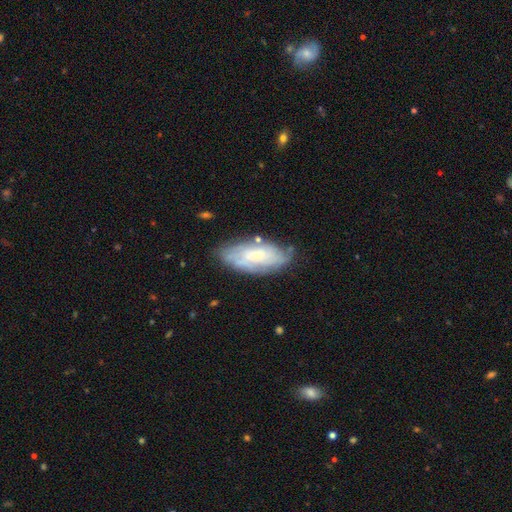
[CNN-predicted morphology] smooth-or-featured: featured or disk: 53% | smooth: 40% | star or artifact: 7%
  disk-edge-on: no: 87% | yes: 13%
  merging: none: 68% | minor disturbance: 22% | major disturbance: 7% | merger: 4%